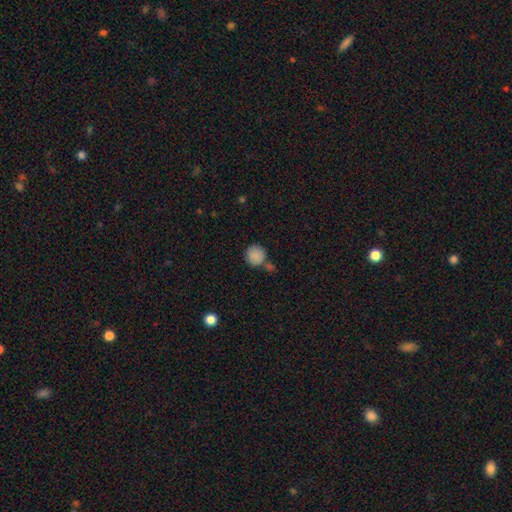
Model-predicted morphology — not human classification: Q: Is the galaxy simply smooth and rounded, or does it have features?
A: smooth — 87%.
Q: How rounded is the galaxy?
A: round — 91%.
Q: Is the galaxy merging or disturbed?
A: none — 62%.